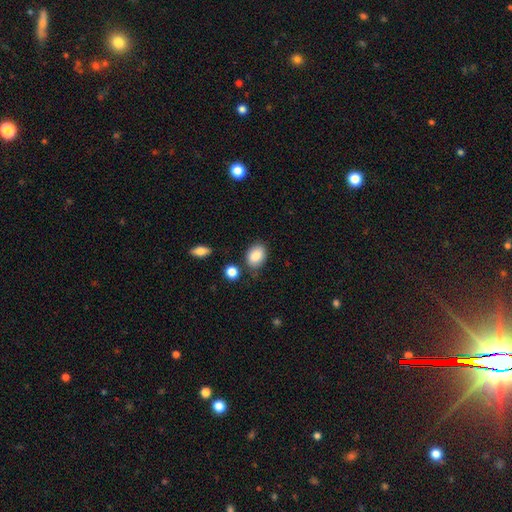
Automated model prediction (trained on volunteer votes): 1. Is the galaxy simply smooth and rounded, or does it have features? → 87% smooth, 7% star or artifact, 5% featured or disk.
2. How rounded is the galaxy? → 77% in between, 22% round, 1% cigar-shaped.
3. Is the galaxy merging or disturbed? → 73% none, 17% minor disturbance, 5% merger, 4% major disturbance.